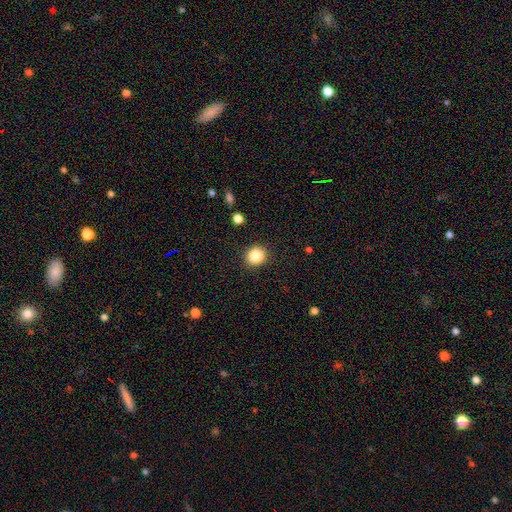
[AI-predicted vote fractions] smooth-or-featured: smooth: 84% | star or artifact: 10% | featured or disk: 5%
  how-rounded: round: 83% | in between: 16% | cigar-shaped: 1%
  merging: none: 91% | minor disturbance: 6% | major disturbance: 2% | merger: 1%